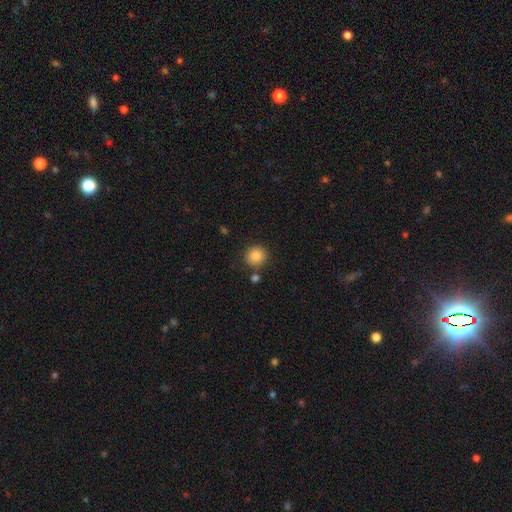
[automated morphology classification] Smooth or featured: smooth — 84% (star or artifact — 10%)
How rounded: round — 93% (in between — 6%)
Merging: none — 84% (minor disturbance — 8%)